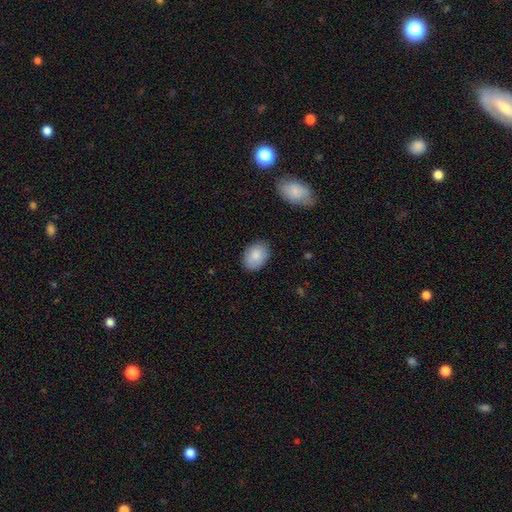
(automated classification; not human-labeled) Q: Smooth or featured?
A: smooth (86%); runner-up: featured or disk (8%)
Q: How rounded?
A: in between (80%); runner-up: round (19%)
Q: Merging?
A: none (86%); runner-up: minor disturbance (11%)